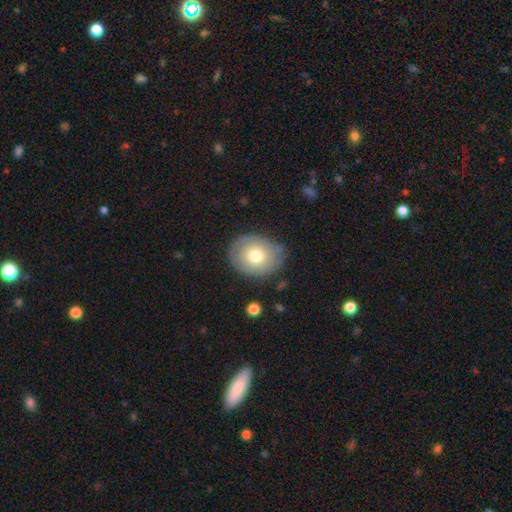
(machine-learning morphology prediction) Q: Smooth or featured?
A: smooth (69%); runner-up: featured or disk (24%)
Q: How rounded?
A: round (51%); runner-up: in between (48%)
Q: Merging?
A: none (78%); runner-up: minor disturbance (16%)